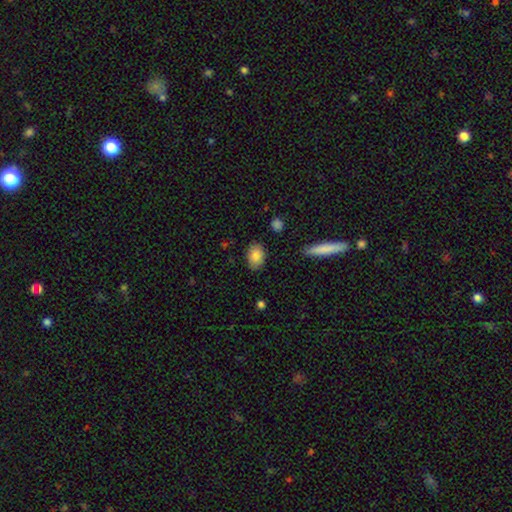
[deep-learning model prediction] smooth-or-featured: smooth: 83% | featured or disk: 9% | star or artifact: 7%
  how-rounded: in between: 83% | round: 16% | cigar-shaped: 2%
  merging: none: 84% | minor disturbance: 12% | major disturbance: 3% | merger: 2%